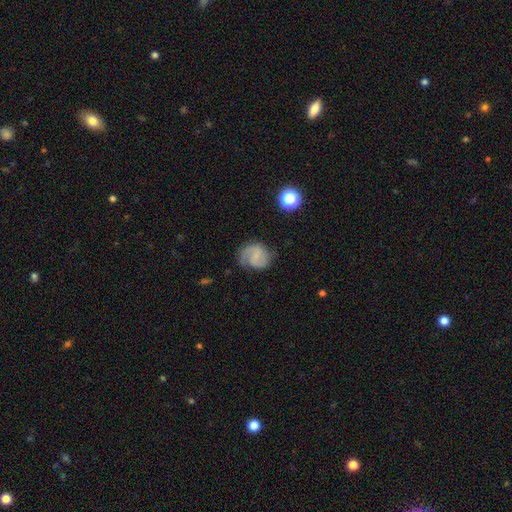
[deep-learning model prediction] This appears to be a featured or disk galaxy (64%) with no bar (45%), 2 (72%) medium (46%) spiral arms (92%) and a small central bulge (46%). Merging: none (66%).